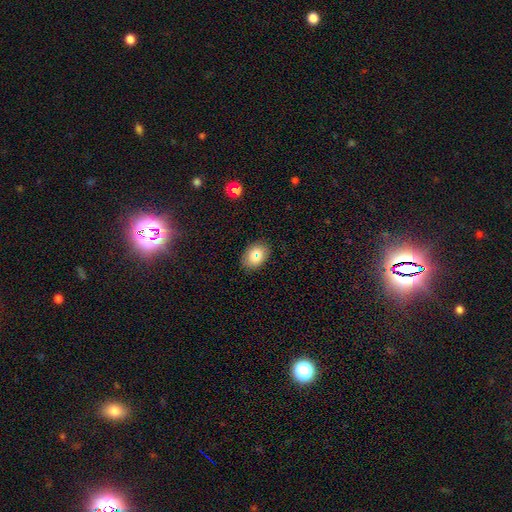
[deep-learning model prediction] Q: Smooth or featured?
A: smooth (73%); runner-up: star or artifact (16%)
Q: How rounded?
A: in between (78%); runner-up: round (21%)
Q: Merging?
A: none (87%); runner-up: minor disturbance (9%)